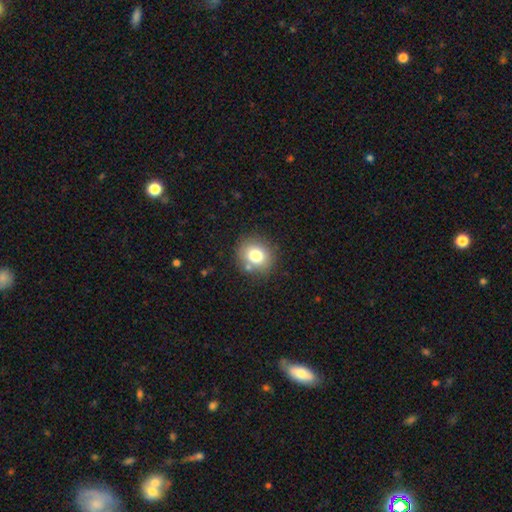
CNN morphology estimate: smooth 77%, star or artifact 12%, featured or disk 11%. Down the decision tree: how rounded — round (77%); merging — none (81%).